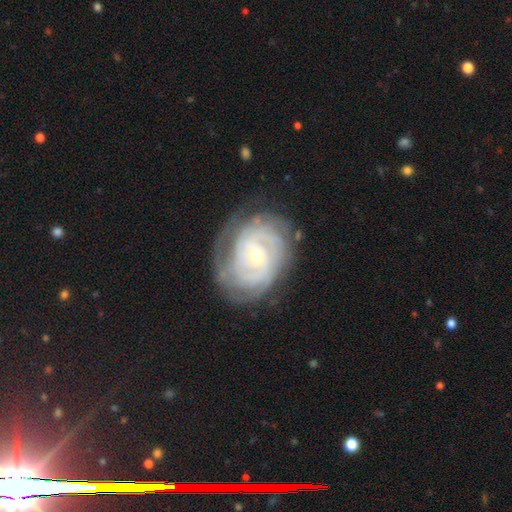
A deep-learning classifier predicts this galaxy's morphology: Q: Smooth or featured?
A: featured or disk (86%); runner-up: smooth (9%)
Q: Edge-on disk?
A: no (97%); runner-up: yes (3%)
Q: Bar?
A: no (51%); runner-up: weak (38%)
Q: Spiral arms?
A: yes (94%); runner-up: no (6%)
Q: Spiral winding?
A: tight (77%); runner-up: medium (19%)
Q: Spiral arm count?
A: can't tell (39%); runner-up: 2 (21%)
Q: Bulge size?
A: small (51%); runner-up: moderate (46%)
Q: Merging?
A: none (71%); runner-up: minor disturbance (19%)